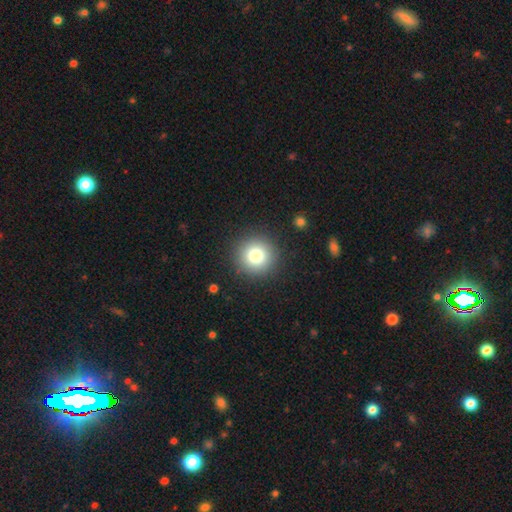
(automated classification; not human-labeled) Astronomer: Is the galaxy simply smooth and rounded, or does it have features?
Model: smooth — 79%.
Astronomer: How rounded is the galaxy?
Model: round — 95%.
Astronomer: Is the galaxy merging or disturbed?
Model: none — 91%.